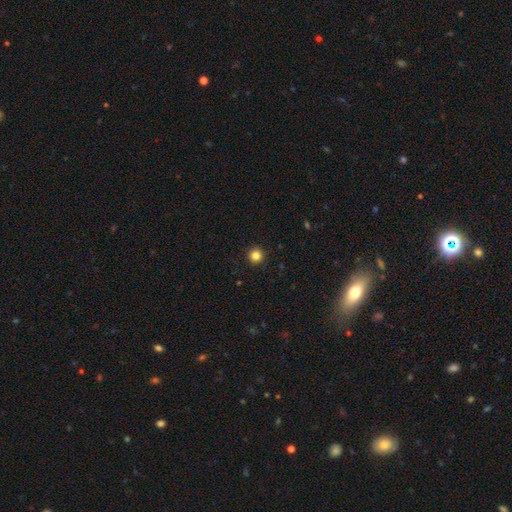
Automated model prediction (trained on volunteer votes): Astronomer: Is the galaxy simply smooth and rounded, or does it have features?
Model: smooth — 84%.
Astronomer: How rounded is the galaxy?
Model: round — 96%.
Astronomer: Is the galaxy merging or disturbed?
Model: none — 93%.